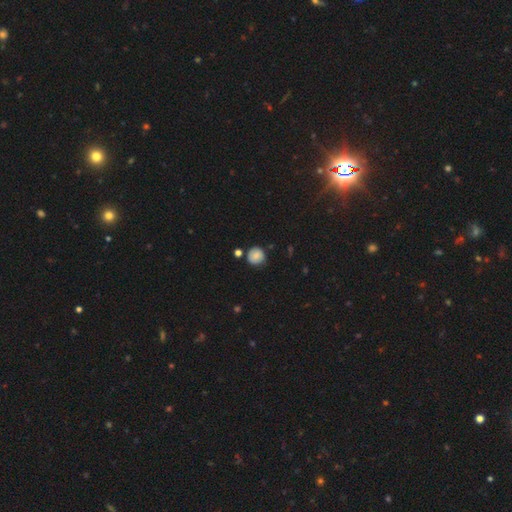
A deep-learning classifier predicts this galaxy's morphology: Smooth or featured: smooth — 80% (featured or disk — 11%)
How rounded: round — 92% (in between — 7%)
Merging: none — 80% (minor disturbance — 13%)